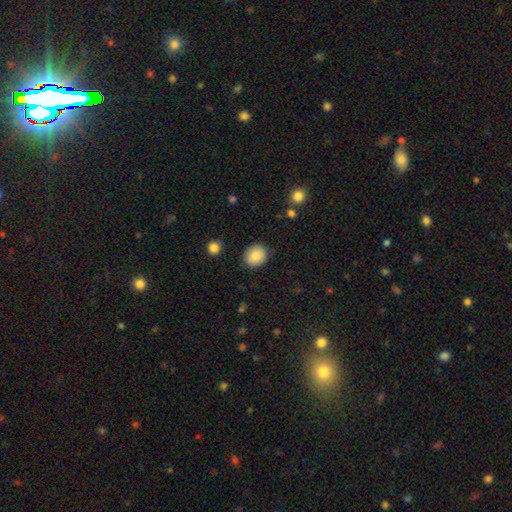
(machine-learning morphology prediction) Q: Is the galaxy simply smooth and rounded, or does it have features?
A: smooth — 87%.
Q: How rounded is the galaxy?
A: round — 68%.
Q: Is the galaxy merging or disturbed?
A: none — 87%.